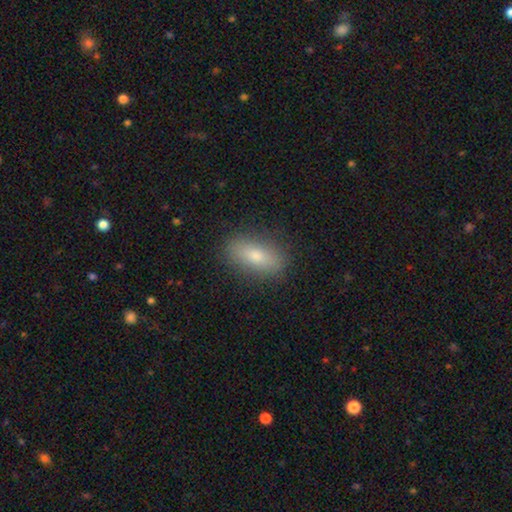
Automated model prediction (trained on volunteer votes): Smooth or featured?
  - smooth: 75% *
  - featured or disk: 17%
  - star or artifact: 8%
How rounded?
  - in between: 79% *
  - cigar-shaped: 16%
  - round: 5%
Merging?
  - none: 87% *
  - minor disturbance: 9%
  - major disturbance: 3%
  - merger: 1%